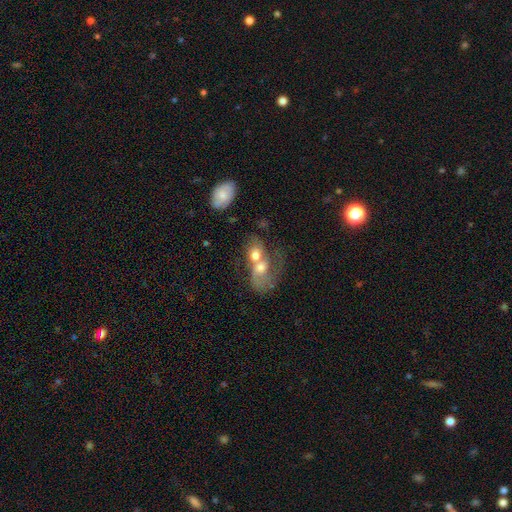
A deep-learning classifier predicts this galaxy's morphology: smooth_or_featured: smooth (p=0.49) [alt: featured or disk p=0.42]
merging: merger (p=0.78) [alt: major disturbance p=0.09]